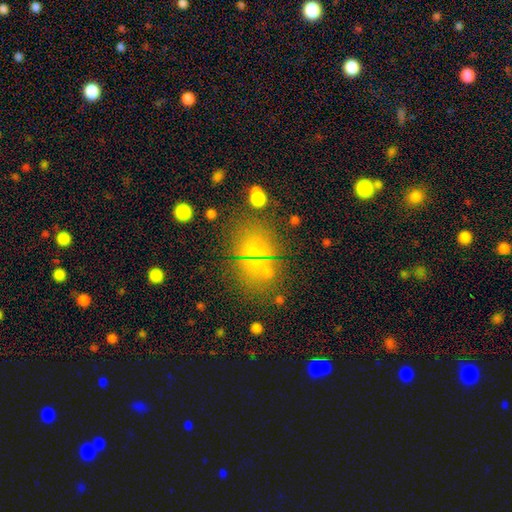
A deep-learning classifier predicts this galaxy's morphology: Smooth or featured? Predicted: smooth (p=0.59). How rounded? Predicted: round (p=0.67). Merging? Predicted: none (p=0.71).